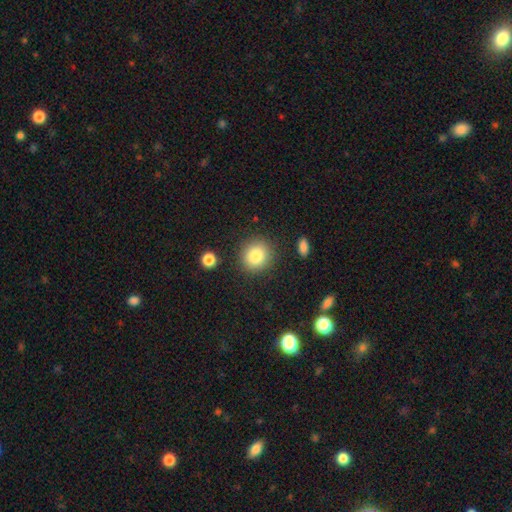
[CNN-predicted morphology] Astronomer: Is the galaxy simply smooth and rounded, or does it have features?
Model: smooth — 85%.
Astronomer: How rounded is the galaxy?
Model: round — 86%.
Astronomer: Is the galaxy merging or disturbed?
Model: none — 86%.